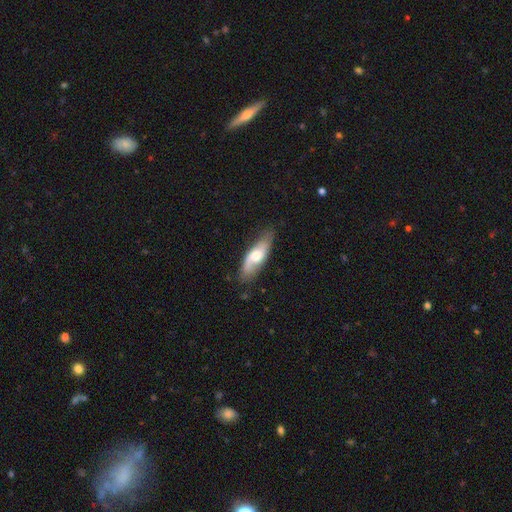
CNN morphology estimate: This is possibly a featured or disk galaxy (50%). It is likely not viewed edge-on (75%). Merging: likely none (71%).